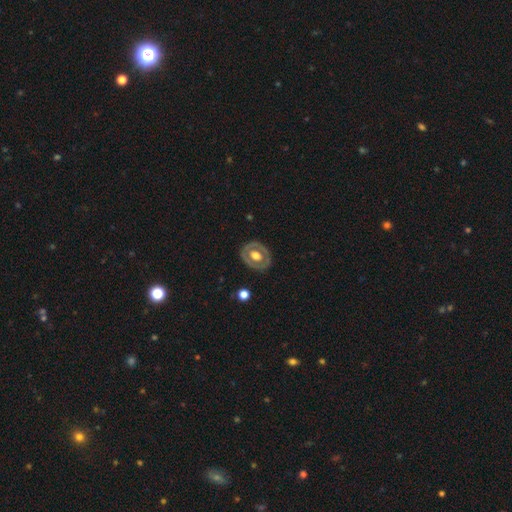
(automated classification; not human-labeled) The model was most divided on "bulge size": moderate: 50%, large: 42%, small: 3%, dominant: 2%, none: 1%. More confident: edge-on disk — no (93%); spiral arms — no (86%); merging — none (82%); bar — no (77%); smooth or featured — featured or disk (59%).